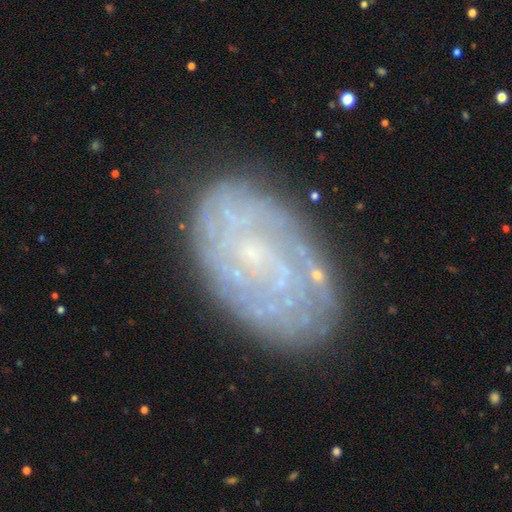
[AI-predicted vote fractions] Morphology: type=featured or disk (75%); edge-on=no (96%); bar=no (68%); spiral arms=yes (87%); winding=tight (72%); arm count=can't tell (47%); bulge=small (74%); merging=none (79%).